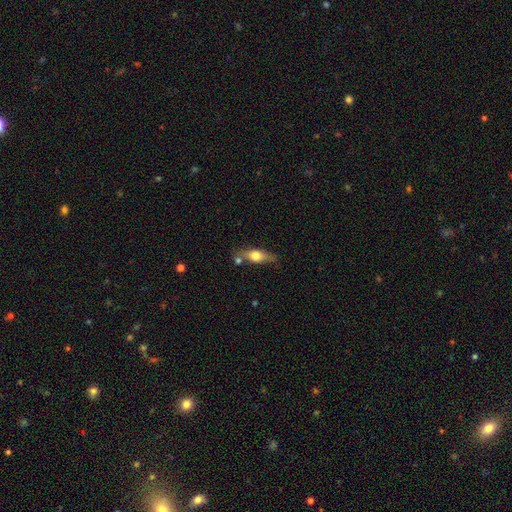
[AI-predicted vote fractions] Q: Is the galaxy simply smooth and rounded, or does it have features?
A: smooth — 55%.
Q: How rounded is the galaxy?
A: in between — 54%.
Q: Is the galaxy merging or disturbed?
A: none — 66%.